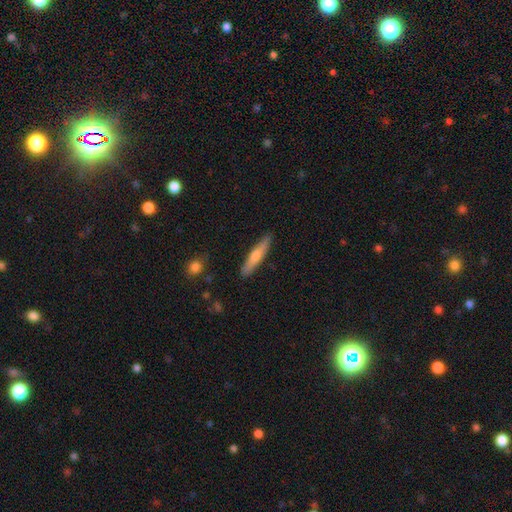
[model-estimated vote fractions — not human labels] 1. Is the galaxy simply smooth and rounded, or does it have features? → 49% smooth, 45% featured or disk, 6% star or artifact.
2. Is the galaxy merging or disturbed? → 90% none, 8% minor disturbance, 2% major disturbance, 1% merger.